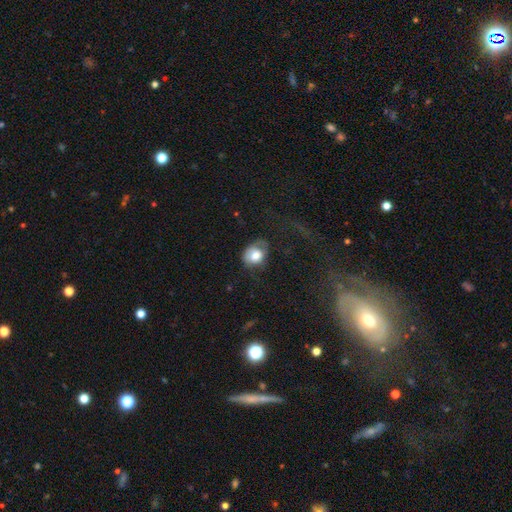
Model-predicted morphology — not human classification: smooth-or-featured: smooth: 72% | featured or disk: 19% | star or artifact: 9%
  how-rounded: round: 54% | in between: 45% | cigar-shaped: 1%
  merging: none: 41% | minor disturbance: 30% | major disturbance: 27% | merger: 3%